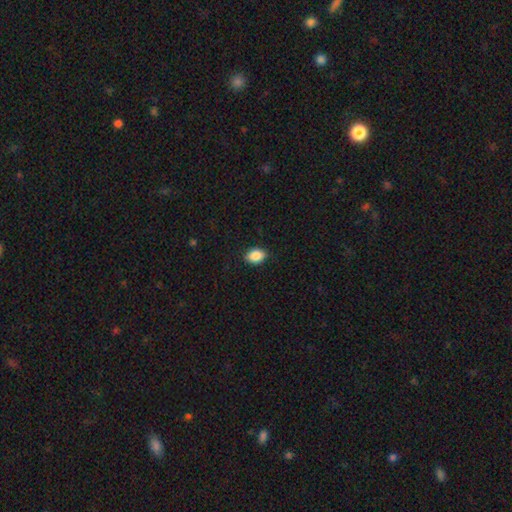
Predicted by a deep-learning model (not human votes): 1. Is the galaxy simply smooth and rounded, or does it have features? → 89% smooth, 8% star or artifact, 4% featured or disk.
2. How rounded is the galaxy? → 79% in between, 19% round, 1% cigar-shaped.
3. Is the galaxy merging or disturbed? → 88% none, 9% minor disturbance, 2% major disturbance, 1% merger.